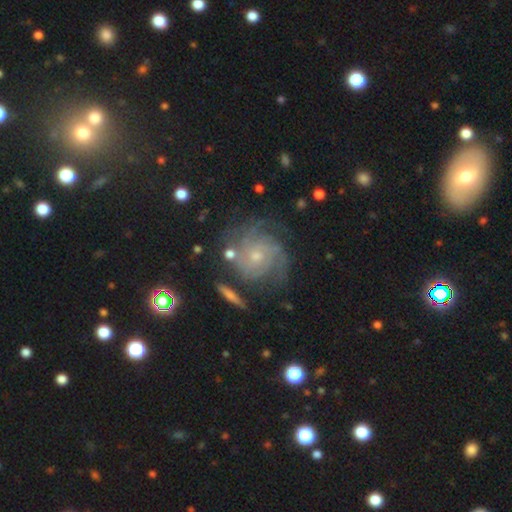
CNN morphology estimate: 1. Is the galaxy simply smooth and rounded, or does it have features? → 82% featured or disk, 10% smooth, 8% star or artifact.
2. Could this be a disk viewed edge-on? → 97% no, 3% yes.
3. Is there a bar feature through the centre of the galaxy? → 76% no, 21% weak, 3% strong.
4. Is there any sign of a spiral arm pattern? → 95% yes, 5% no.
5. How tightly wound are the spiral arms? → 61% tight, 31% medium, 8% loose.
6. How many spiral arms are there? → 30% can't tell, 25% 3, 17% 4, 15% 2, 7% more than 4, 6% 1.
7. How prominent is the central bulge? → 60% small, 34% moderate, 3% none, 2% large, 1% dominant.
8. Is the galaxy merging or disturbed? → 68% none, 19% minor disturbance, 10% major disturbance, 4% merger.